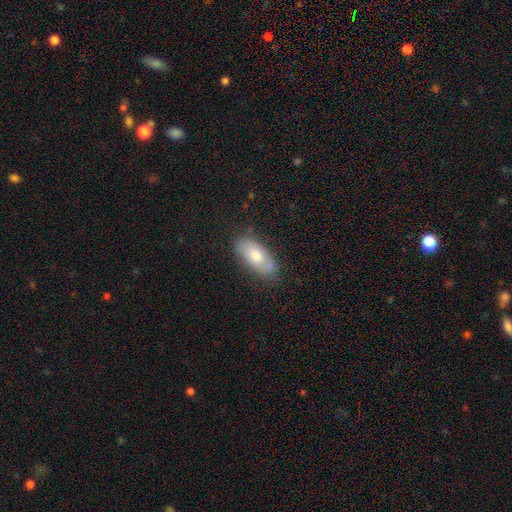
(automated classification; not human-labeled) Morphology: type=smooth (64%); roundness=in between (88%); merging=none (75%).